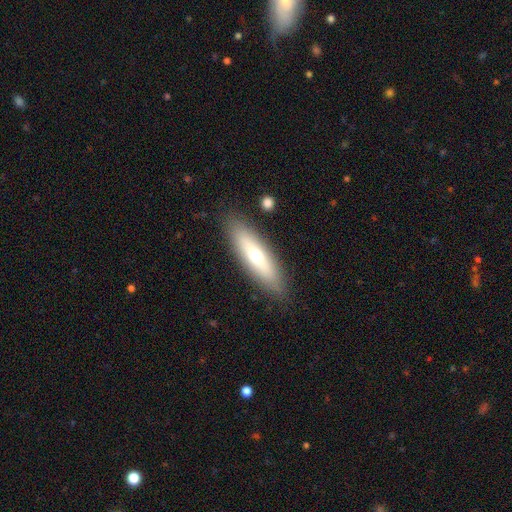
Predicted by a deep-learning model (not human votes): A smooth galaxy with no disk features (56%) that is cigar-shaped (60%). Merging: none (88%).